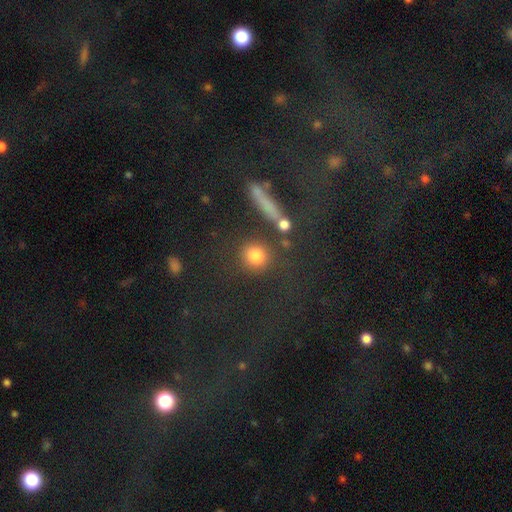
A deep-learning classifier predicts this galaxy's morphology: Smooth or featured: smooth — 78% (star or artifact — 14%)
How rounded: round — 79% (in between — 16%)
Merging: none — 76% (minor disturbance — 10%)